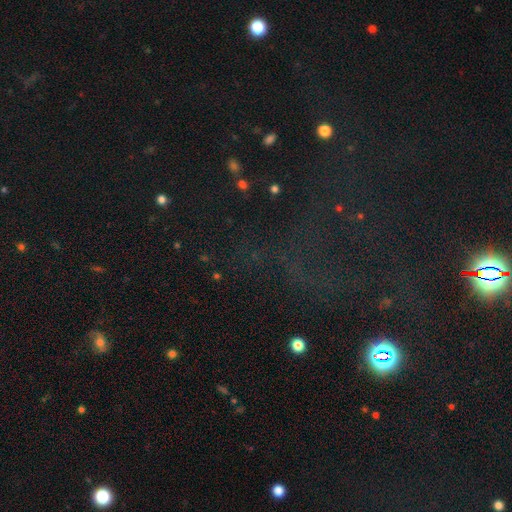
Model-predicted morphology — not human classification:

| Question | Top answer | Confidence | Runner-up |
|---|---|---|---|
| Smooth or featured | star or artifact | 69% | smooth (19%) |